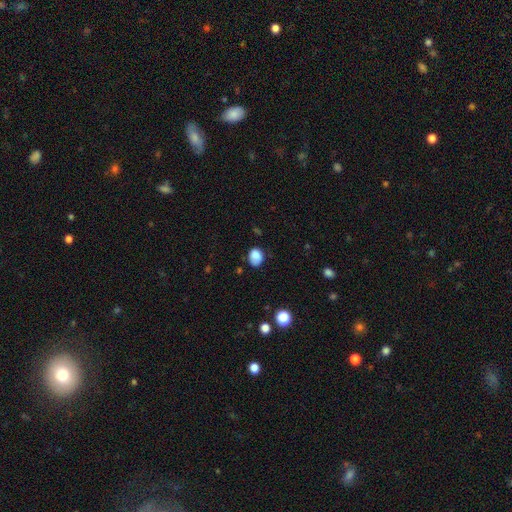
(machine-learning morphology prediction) Overall: smooth (84%). How rounded: in between (54%; round 45%). Merging: none (65%; minor disturbance 27%).